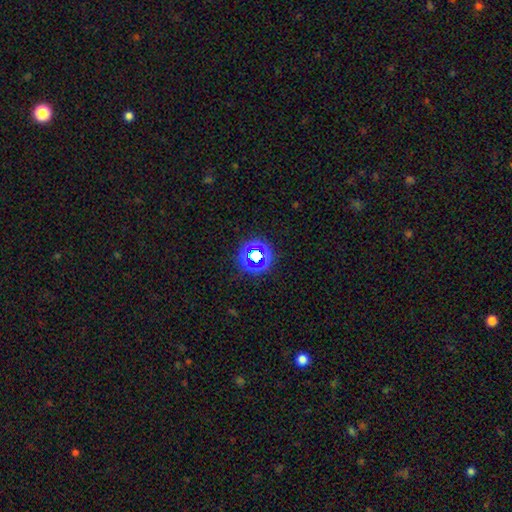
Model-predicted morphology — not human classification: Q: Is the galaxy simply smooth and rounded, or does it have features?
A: star or artifact — 61%.